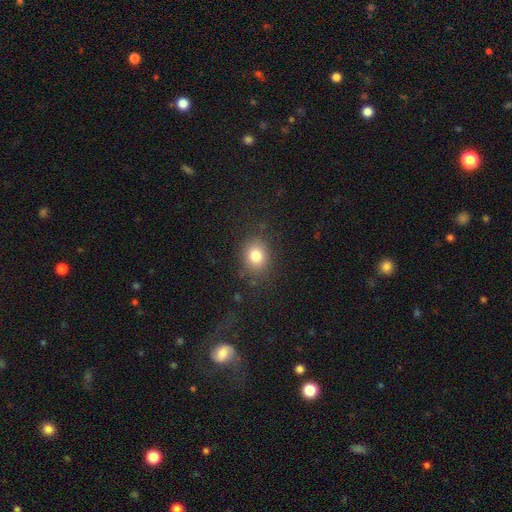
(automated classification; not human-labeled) smooth_or_featured: smooth (p=0.81) [alt: star or artifact p=0.11]
how_rounded: round (p=0.60) [alt: in between p=0.39]
merging: none (p=0.82) [alt: minor disturbance p=0.11]